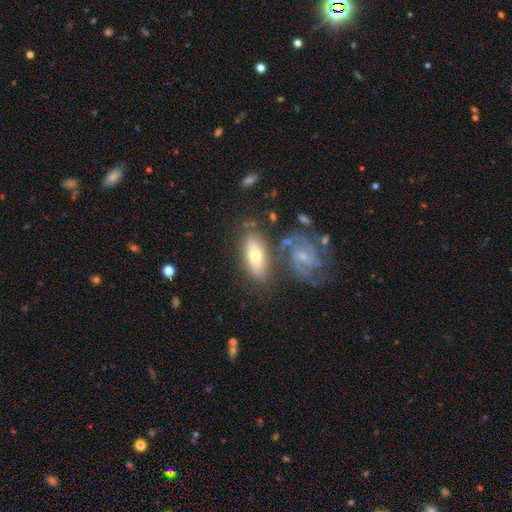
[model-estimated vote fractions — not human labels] This is possibly a smooth galaxy (53%). How rounded: likely in between (78%). Merging: likely none (64%).